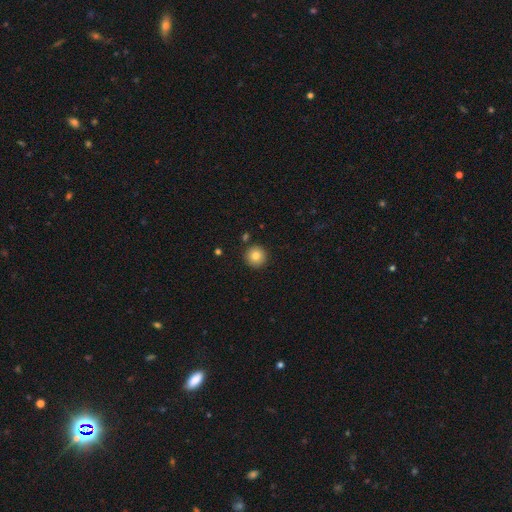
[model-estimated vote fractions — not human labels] smooth-or-featured: smooth: 82% | star or artifact: 10% | featured or disk: 8%
  how-rounded: round: 96% | in between: 3% | cigar-shaped: 1%
  merging: none: 91% | minor disturbance: 5% | merger: 2% | major disturbance: 2%